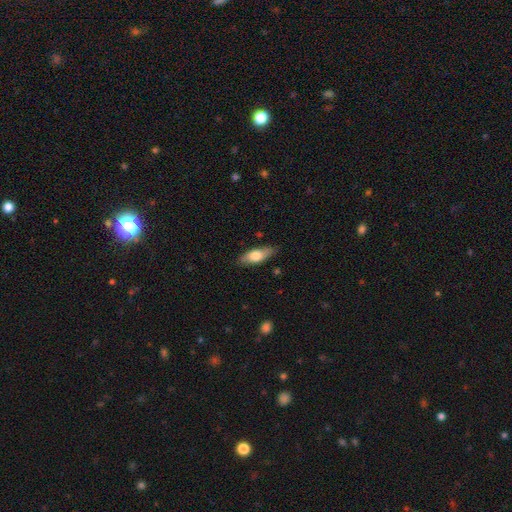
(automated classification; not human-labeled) Smooth or featured?
  - smooth: 69% *
  - featured or disk: 25%
  - star or artifact: 6%
How rounded?
  - in between: 71% *
  - cigar-shaped: 26%
  - round: 3%
Merging?
  - none: 83% *
  - minor disturbance: 14%
  - major disturbance: 2%
  - merger: 1%